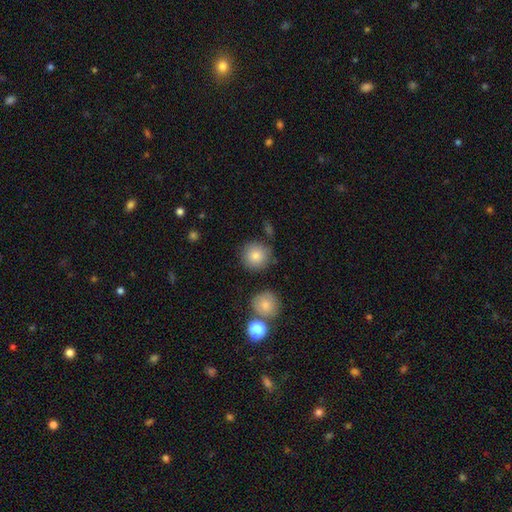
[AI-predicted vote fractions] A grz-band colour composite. It shows a smooth galaxy with no disk features (84%) that is round (94%). Merging: none (80%).